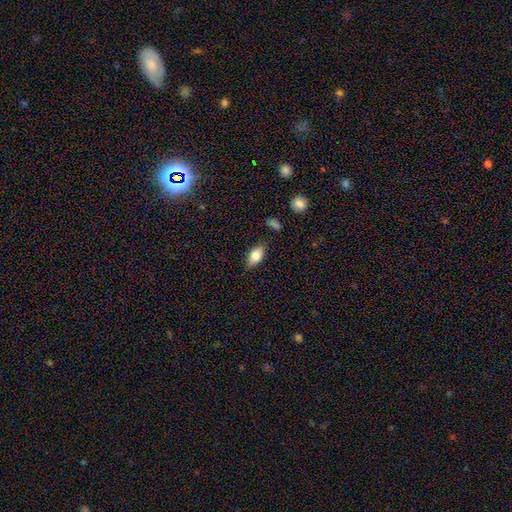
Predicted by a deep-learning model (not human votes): smooth 78%, featured or disk 14%, star or artifact 8%. Down the decision tree: how rounded — in between (88%); merging — none (80%).